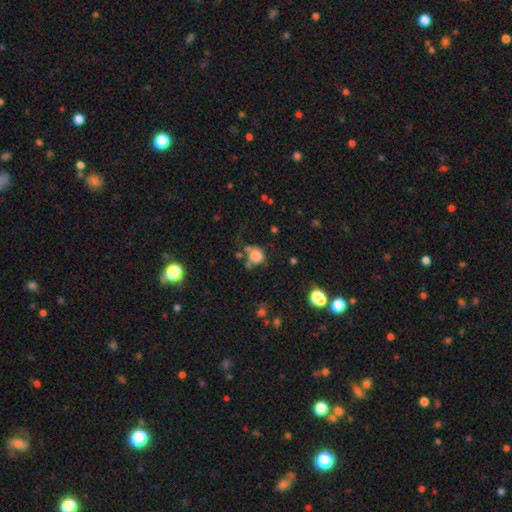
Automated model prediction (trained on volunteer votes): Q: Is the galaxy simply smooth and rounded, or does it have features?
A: smooth — 79%.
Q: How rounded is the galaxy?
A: round — 82%.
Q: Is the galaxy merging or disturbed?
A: none — 50%.